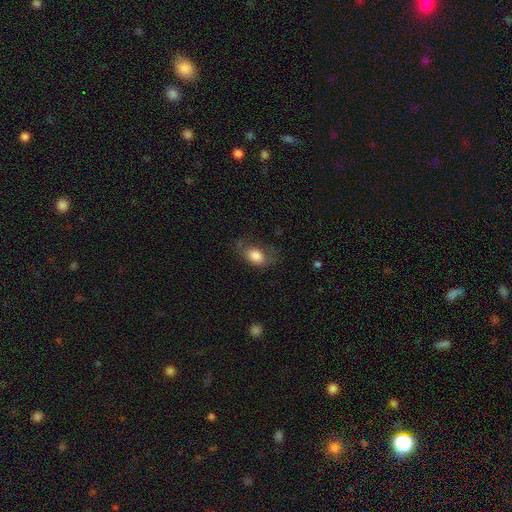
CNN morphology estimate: Smooth or featured? smooth (76%)
How rounded? in between (81%)
Merging? none (49%)